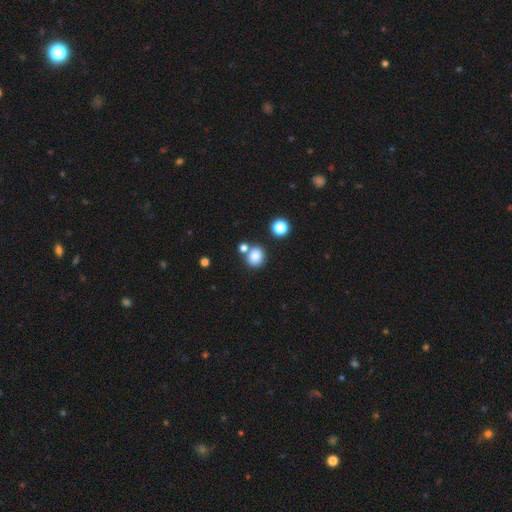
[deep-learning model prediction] Overall: smooth (83%). How rounded: round (77%). Merging: none (67%).